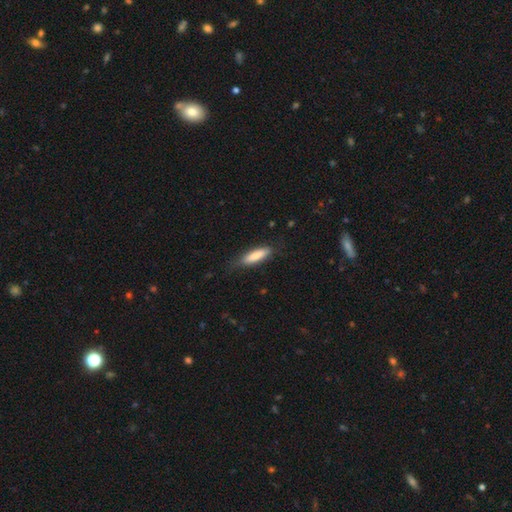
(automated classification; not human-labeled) A smooth galaxy with no disk features (82%) that is cigar-shaped (62%). Merging: none (76%).